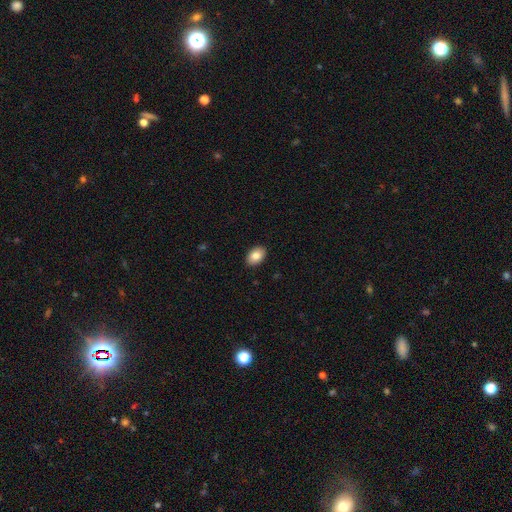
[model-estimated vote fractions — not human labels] Smooth or featured? Predicted: smooth (p=0.86). How rounded? Predicted: in between (p=0.88). Merging? Predicted: none (p=0.90).